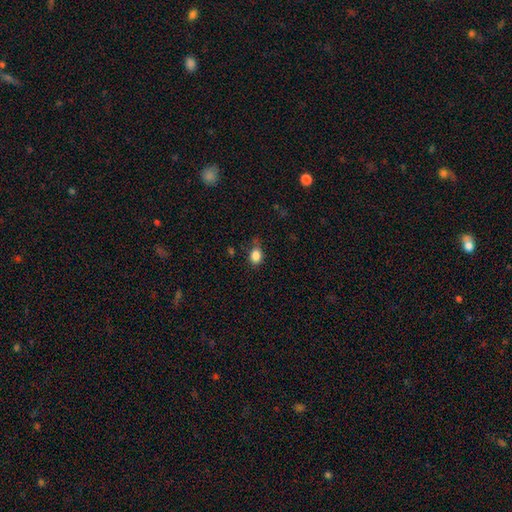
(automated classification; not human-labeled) smooth 85%, star or artifact 10%, featured or disk 5%. Down the decision tree: how rounded — in between (65%); merging — none (65%).